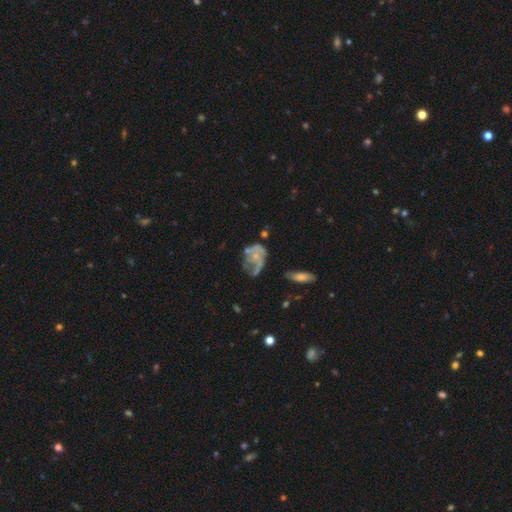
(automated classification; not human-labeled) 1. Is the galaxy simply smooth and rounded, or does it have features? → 69% featured or disk, 22% smooth, 9% star or artifact.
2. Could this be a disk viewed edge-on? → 97% no, 3% yes.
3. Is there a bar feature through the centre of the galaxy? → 80% no, 17% weak, 3% strong.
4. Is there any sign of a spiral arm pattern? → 67% yes, 33% no.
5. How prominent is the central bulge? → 67% small, 16% none, 15% moderate, 1% large, 1% dominant.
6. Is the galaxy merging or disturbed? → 35% major disturbance, 33% none, 24% minor disturbance, 8% merger.